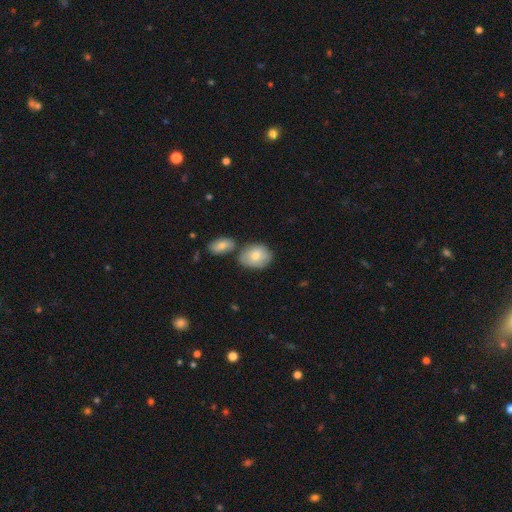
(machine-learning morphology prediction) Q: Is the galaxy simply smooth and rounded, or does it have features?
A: smooth — 76%.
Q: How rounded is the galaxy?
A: in between — 65%.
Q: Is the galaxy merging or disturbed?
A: none — 56%.